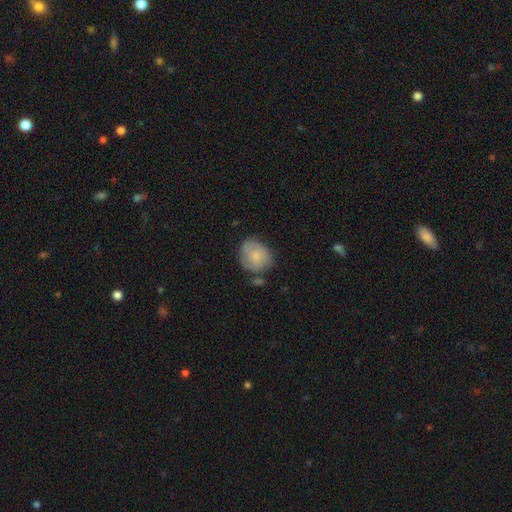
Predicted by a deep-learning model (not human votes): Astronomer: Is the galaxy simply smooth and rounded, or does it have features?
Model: smooth — 65%.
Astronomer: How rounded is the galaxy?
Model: round — 70%.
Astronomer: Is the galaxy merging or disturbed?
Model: none — 60%.